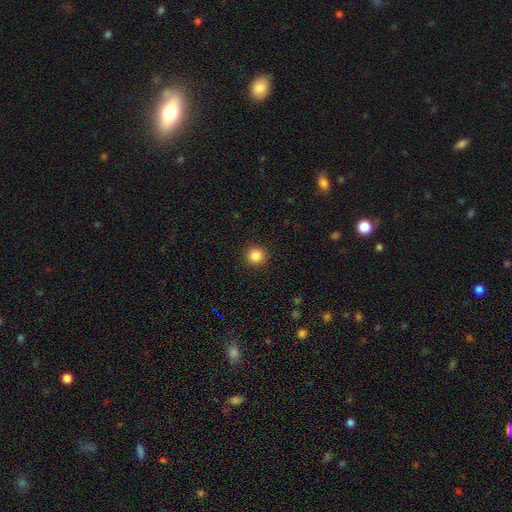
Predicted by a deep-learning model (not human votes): Smooth or featured? smooth (85%)
How rounded? round (95%)
Merging? none (93%)